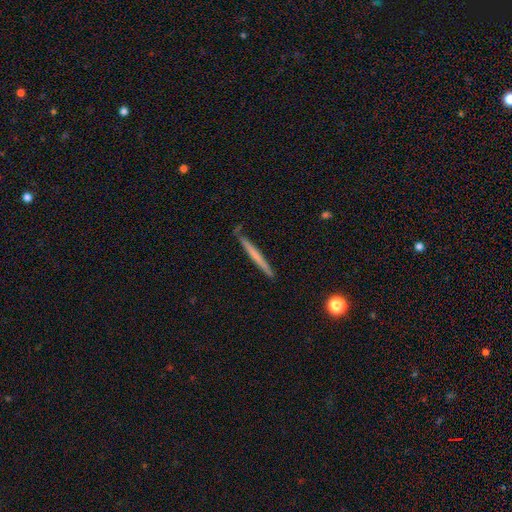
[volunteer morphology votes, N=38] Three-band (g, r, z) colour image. It shows a smooth galaxy with no disk features (61%) that is cigar-shaped (96%). Merging: none (68%).